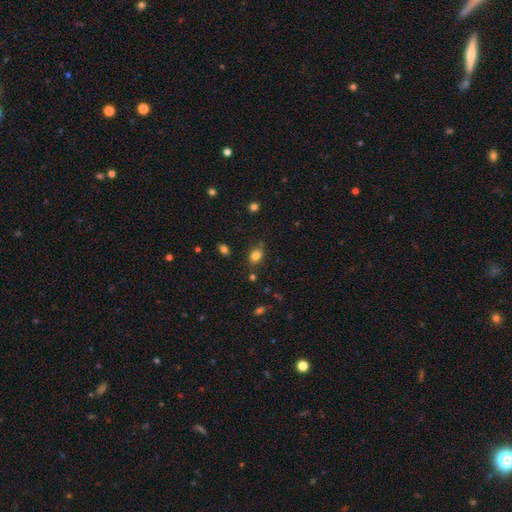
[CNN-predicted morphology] Smooth or featured? smooth (81%)
How rounded? in between (56%)
Merging? none (72%)